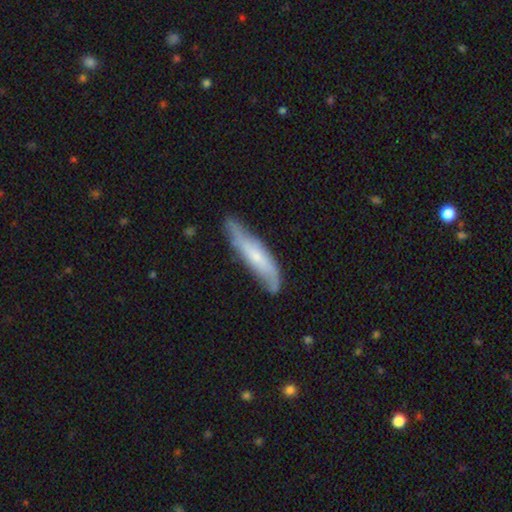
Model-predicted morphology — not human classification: smooth-or-featured: featured or disk: 49% | smooth: 45% | star or artifact: 6%
  merging: none: 64% | minor disturbance: 27% | major disturbance: 6% | merger: 2%